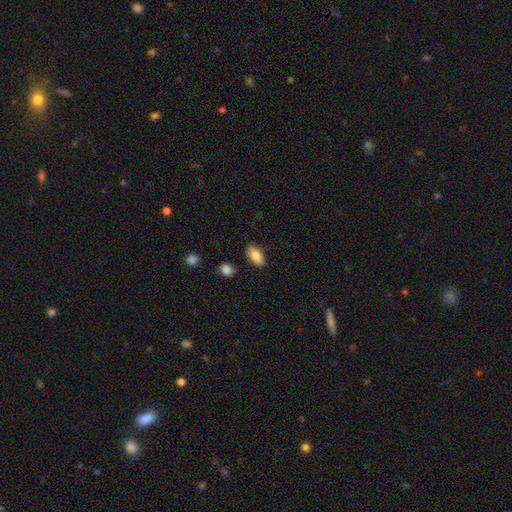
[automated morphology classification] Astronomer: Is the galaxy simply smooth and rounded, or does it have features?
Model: smooth — 86%.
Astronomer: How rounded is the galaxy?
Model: in between — 93%.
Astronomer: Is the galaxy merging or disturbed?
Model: none — 86%.